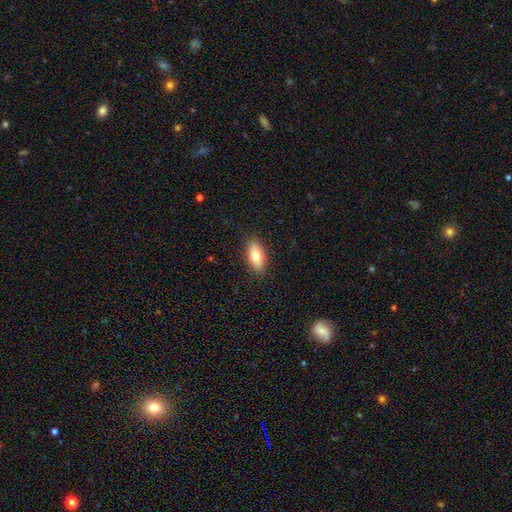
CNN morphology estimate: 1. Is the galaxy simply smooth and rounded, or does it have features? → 74% smooth, 19% featured or disk, 7% star or artifact.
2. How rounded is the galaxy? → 81% in between, 15% cigar-shaped, 3% round.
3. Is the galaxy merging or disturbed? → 88% none, 9% minor disturbance, 2% major disturbance, 1% merger.